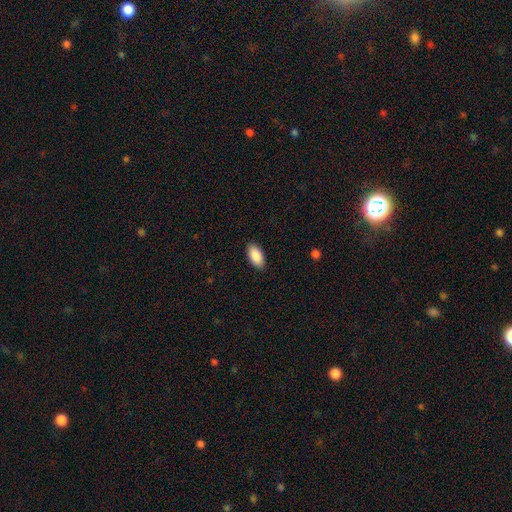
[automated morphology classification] A smooth galaxy with no disk features (90%) that is in between round and cigar-shaped (94%).

Vote fractions:
- Smooth or featured? smooth: 90% / star or artifact: 6% / featured or disk: 4%
- How rounded? in between: 94% / cigar-shaped: 4% / round: 2%
- Merging? none: 89% / minor disturbance: 8% / major disturbance: 2% / merger: 1%